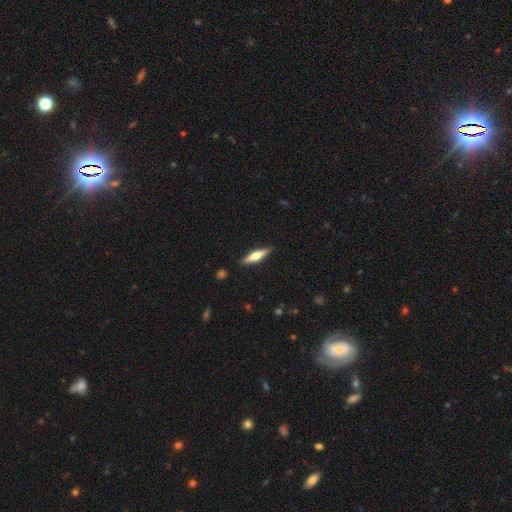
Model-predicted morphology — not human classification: Smooth or featured? Predicted: featured or disk (p=0.48). Merging? Predicted: none (p=0.89).